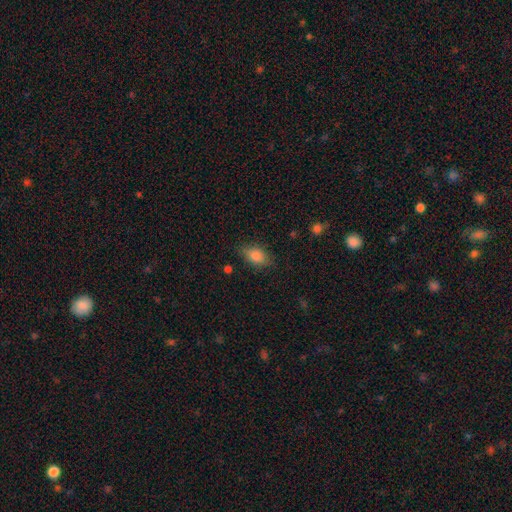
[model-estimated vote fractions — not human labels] A smooth galaxy with no disk features (83%) that is in between round and cigar-shaped (87%).

Vote fractions:
- Smooth or featured? smooth: 83% / star or artifact: 9% / featured or disk: 8%
- How rounded? in between: 87% / round: 9% / cigar-shaped: 4%
- Merging? none: 80% / minor disturbance: 15% / major disturbance: 4% / merger: 1%